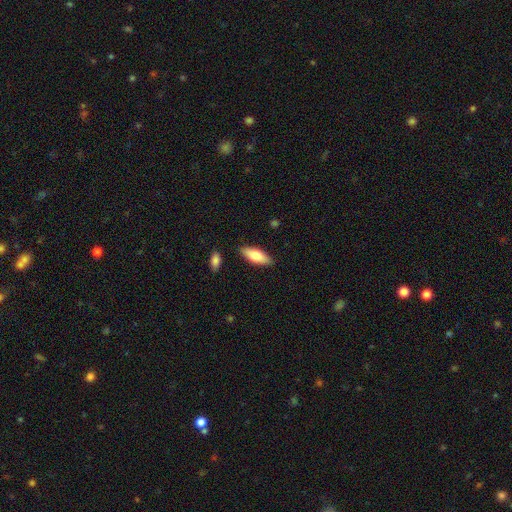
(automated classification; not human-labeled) The model was most divided on "how rounded": in between: 72%, cigar-shaped: 26%, round: 2%. More confident: merging — none (87%); smooth or featured — smooth (75%).